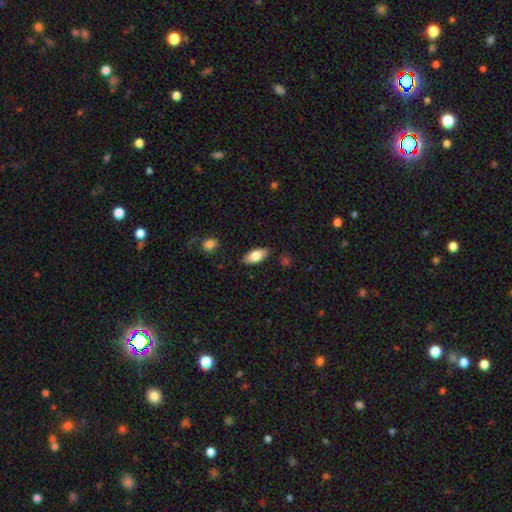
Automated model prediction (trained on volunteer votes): A smooth galaxy with no disk features (81%) that is in between round and cigar-shaped (90%). Merging: none (85%).